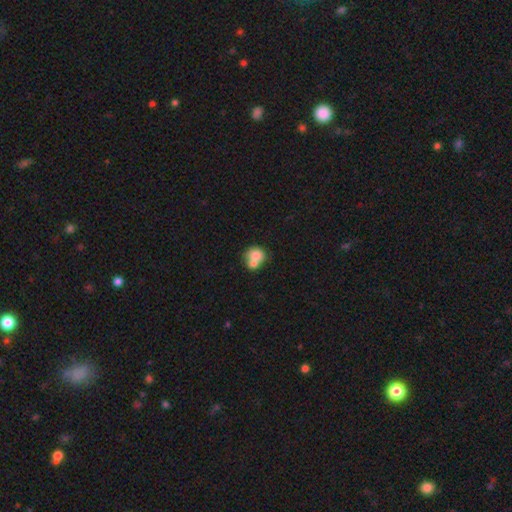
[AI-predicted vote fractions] The model was most divided on "merging": merger: 62%, none: 26%, minor disturbance: 8%, major disturbance: 4%. More confident: smooth or featured — smooth (75%); how rounded — round (69%).